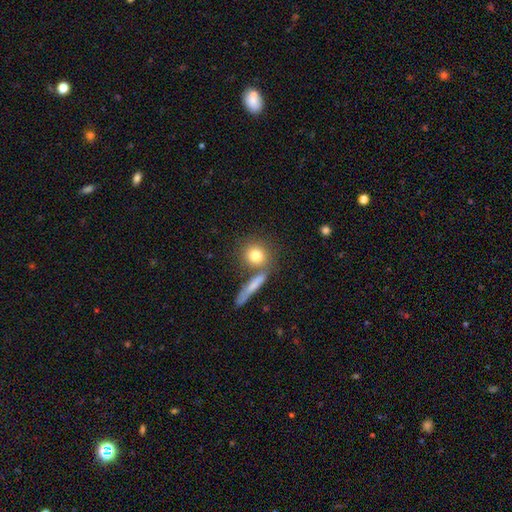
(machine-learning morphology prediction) Smooth or featured? Predicted: smooth (p=0.78). How rounded? Predicted: round (p=0.81). Merging? Predicted: none (p=0.69).